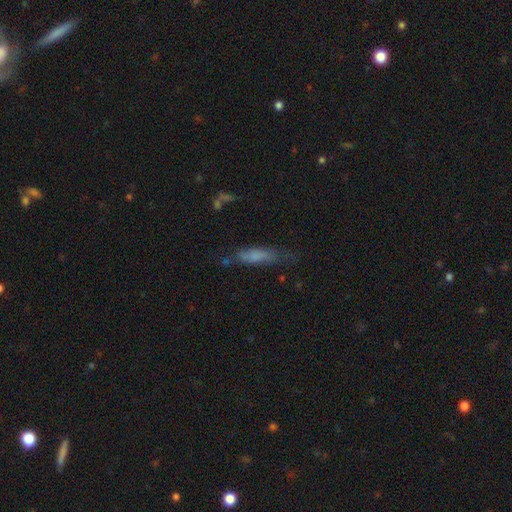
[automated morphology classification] Q: Smooth or featured?
A: smooth (66%); runner-up: featured or disk (24%)
Q: How rounded?
A: cigar-shaped (66%); runner-up: in between (32%)
Q: Merging?
A: none (51%); runner-up: minor disturbance (28%)